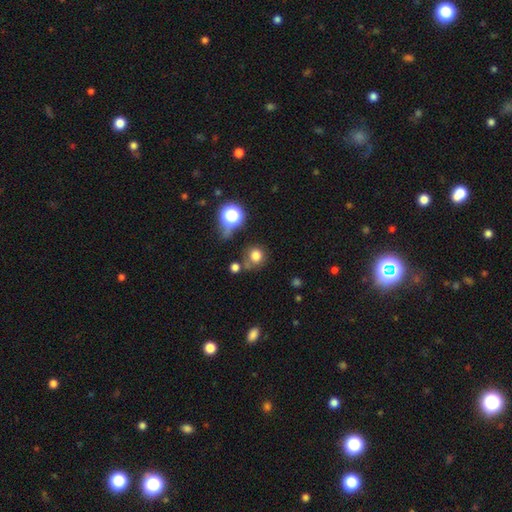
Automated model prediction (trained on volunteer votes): Morphology: type=smooth (76%); roundness=round (84%); merging=none (61%).